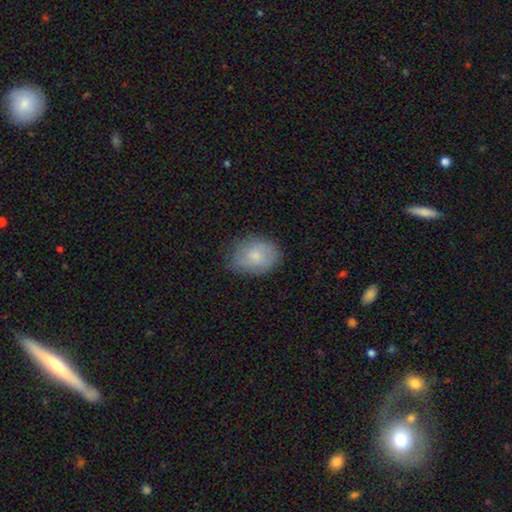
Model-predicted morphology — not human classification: This appears to be a smooth galaxy with no disk features (71%) that is in between round and cigar-shaped (66%). Merging: none (75%).